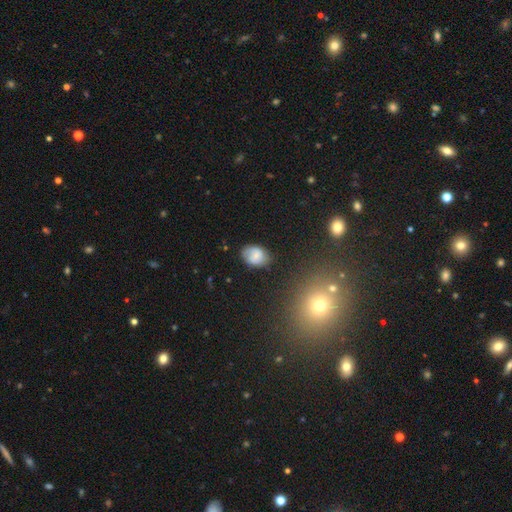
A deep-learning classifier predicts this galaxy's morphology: Smooth or featured: smooth — 63% (featured or disk — 26%)
How rounded: in between — 69% (round — 30%)
Merging: none — 71% (minor disturbance — 21%)